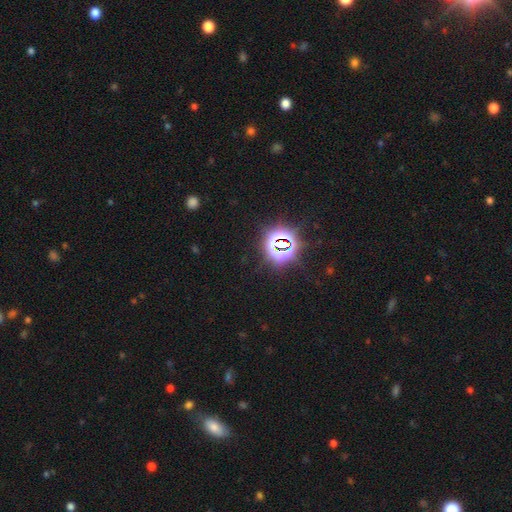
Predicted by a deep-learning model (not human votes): Smooth or featured: star or artifact — 80% (smooth — 13%)